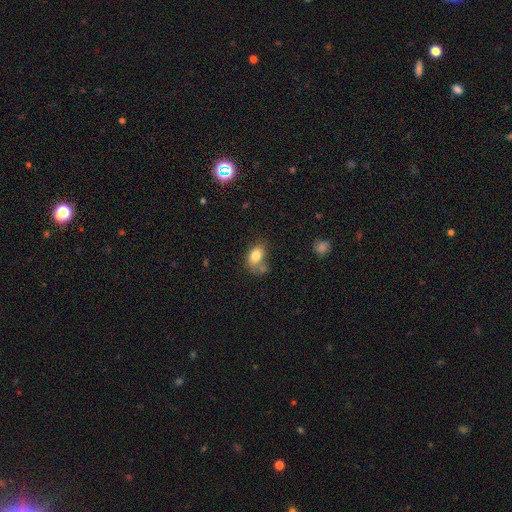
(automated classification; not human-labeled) smooth 79%, featured or disk 12%, star or artifact 9%. Down the decision tree: how rounded — in between (79%); merging — none (42%).